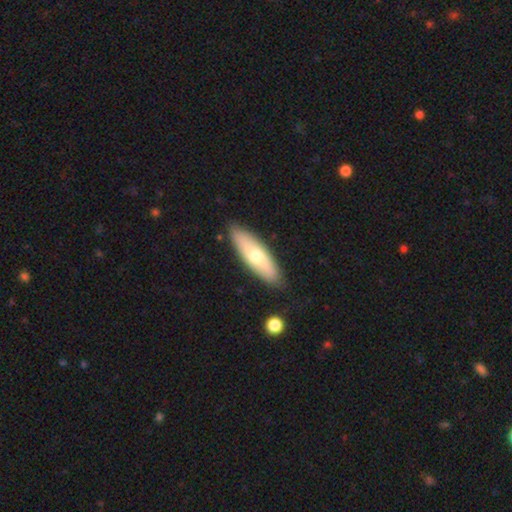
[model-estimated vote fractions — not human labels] Smooth or featured: smooth — 62% (featured or disk — 33%)
How rounded: cigar-shaped — 50% (in between — 48%)
Merging: none — 85% (minor disturbance — 11%)